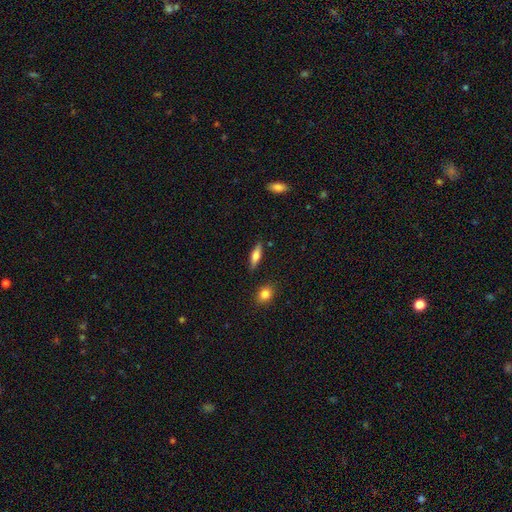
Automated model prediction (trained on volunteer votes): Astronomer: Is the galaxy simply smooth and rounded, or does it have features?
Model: smooth — 62%.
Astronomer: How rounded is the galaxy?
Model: cigar-shaped — 54% (runner-up: in between, 44%).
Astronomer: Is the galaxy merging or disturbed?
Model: none — 86%.